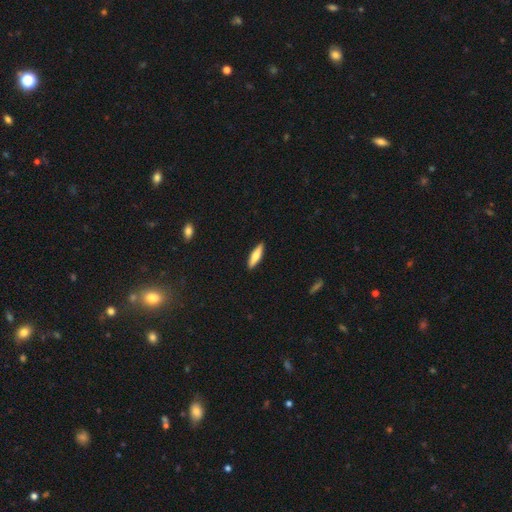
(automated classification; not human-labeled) This is likely a smooth galaxy (72%). How rounded: likely cigar-shaped (71%). Merging: clearly none (91%).